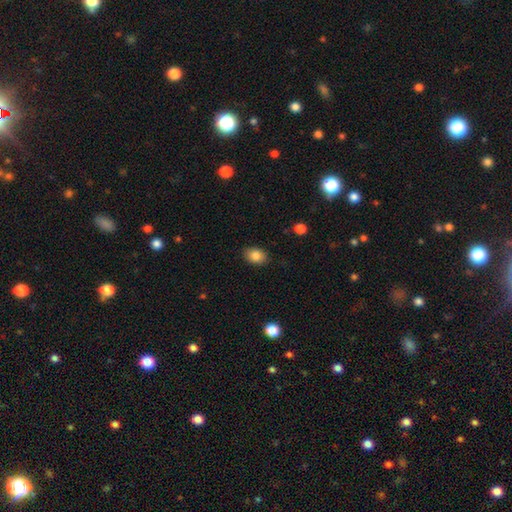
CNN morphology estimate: smooth-or-featured: smooth: 84% | star or artifact: 9% | featured or disk: 7%
  how-rounded: in between: 72% | round: 27% | cigar-shaped: 1%
  merging: none: 87% | minor disturbance: 9% | major disturbance: 2% | merger: 1%